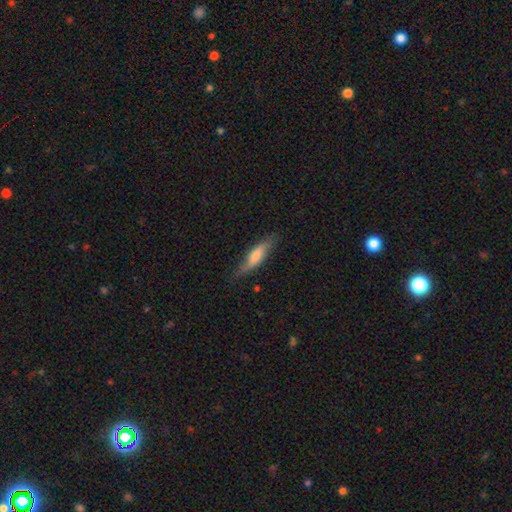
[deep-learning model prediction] Q: Smooth or featured?
A: smooth (53%); runner-up: featured or disk (41%)
Q: How rounded?
A: cigar-shaped (75%); runner-up: in between (23%)
Q: Merging?
A: none (78%); runner-up: minor disturbance (18%)